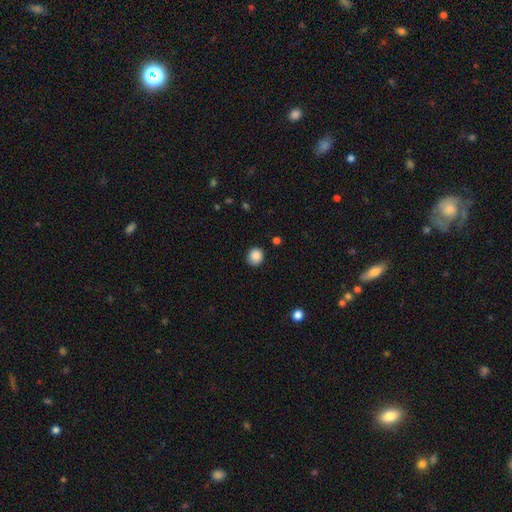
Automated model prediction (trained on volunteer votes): Smooth or featured: smooth — 88% (star or artifact — 9%)
How rounded: round — 84% (in between — 15%)
Merging: none — 87% (minor disturbance — 9%)